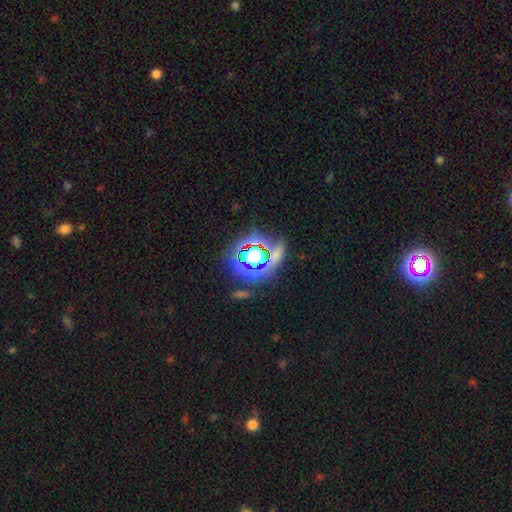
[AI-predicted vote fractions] This appears to be a star or artifact, not a galaxy (58%).